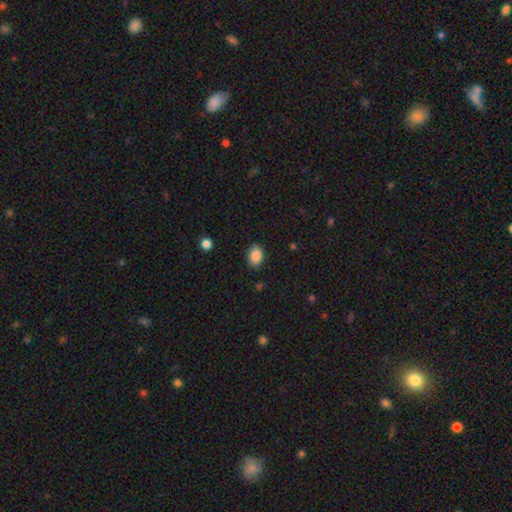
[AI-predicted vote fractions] Smooth or featured? smooth (88%)
How rounded? in between (77%)
Merging? none (86%)